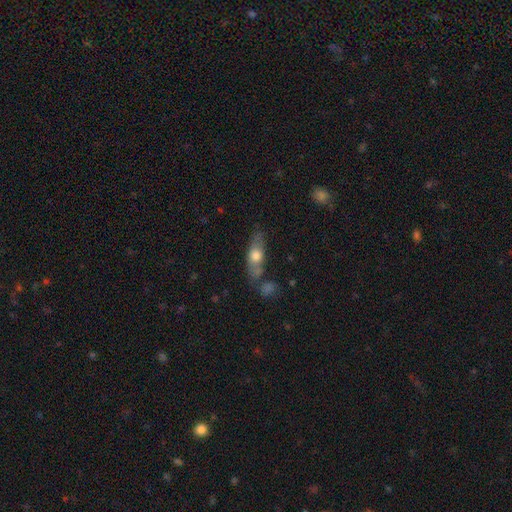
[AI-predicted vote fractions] smooth_or_featured: smooth (p=0.58) [alt: featured or disk p=0.35]
how_rounded: in between (p=0.58) [alt: cigar-shaped p=0.36]
merging: none (p=0.58) [alt: minor disturbance p=0.19]